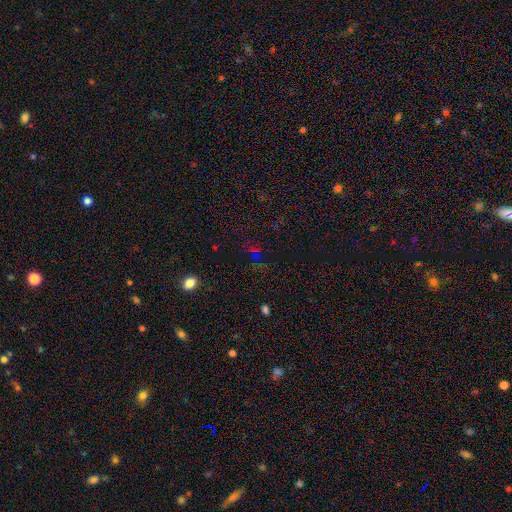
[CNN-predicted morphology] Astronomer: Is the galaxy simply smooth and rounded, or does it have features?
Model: star or artifact — 60%.